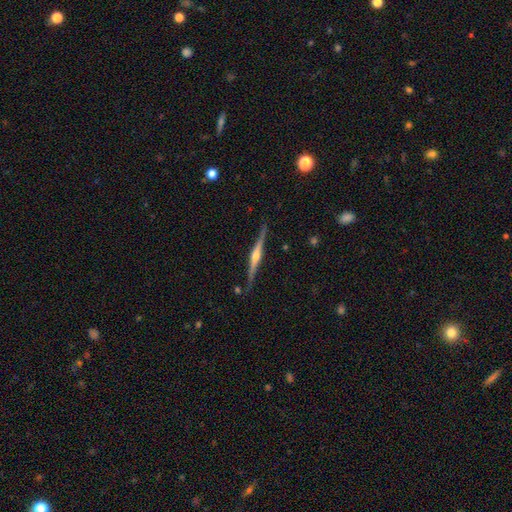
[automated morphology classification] Smooth or featured?
  - featured or disk: 81% *
  - smooth: 14%
  - star or artifact: 5%
Edge-on disk?
  - yes: 98% *
  - no: 2%
Edge-on bulge?
  - rounded: 87% *
  - boxy: 7%
  - none: 5%
Merging?
  - none: 85% *
  - minor disturbance: 11%
  - major disturbance: 2%
  - merger: 2%